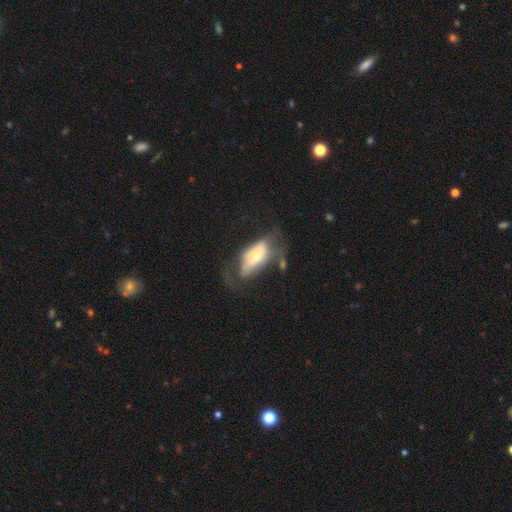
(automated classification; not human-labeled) Smooth or featured? smooth (55%)
How rounded? in between (85%)
Merging? major disturbance (41%)